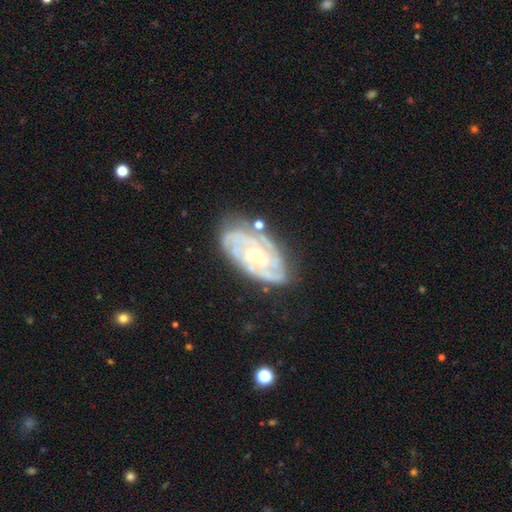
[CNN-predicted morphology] This is clearly a featured or disk galaxy (86%). It is clearly not viewed edge-on (96%). Bar: likely no (64%). Spiral arm pattern: clearly yes (96%). Spiral arm count: marginally 3 (29%). Spiral winding: likely tight (71%). Central bulge: possibly small (57%). Merging: likely none (74%).